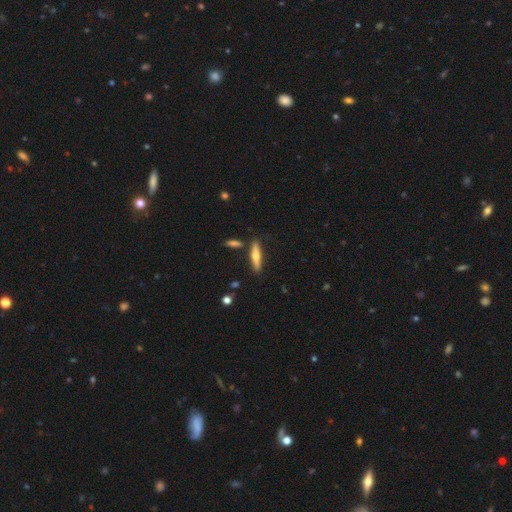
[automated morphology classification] Smooth or featured? smooth (52%)
How rounded? cigar-shaped (81%)
Merging? none (84%)